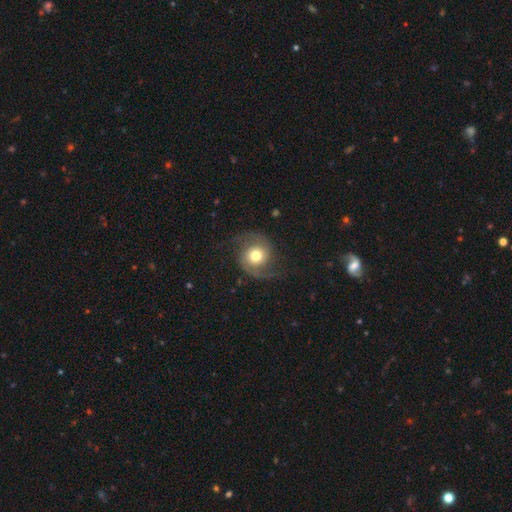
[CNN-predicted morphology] Smooth or featured? featured or disk (77%)
Edge-on disk? no (98%)
Bar? no (75%)
Spiral arms? yes (95%)
Spiral winding? medium (45%)
Spiral arm count? 2 (92%)
Bulge size? moderate (66%)
Merging? none (73%)